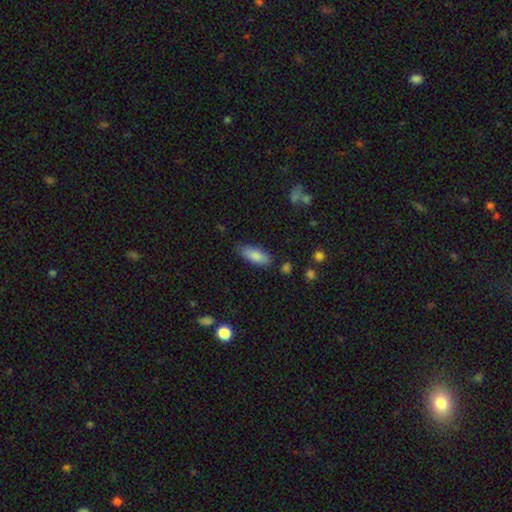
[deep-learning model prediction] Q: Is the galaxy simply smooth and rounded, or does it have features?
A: smooth — 85%.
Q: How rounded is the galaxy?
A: in between — 77%.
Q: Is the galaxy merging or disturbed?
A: none — 76%.